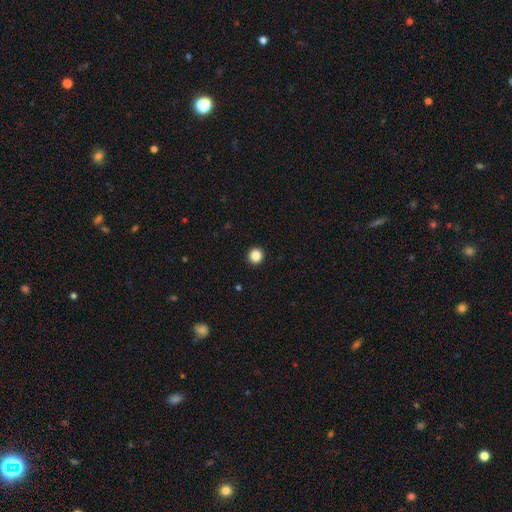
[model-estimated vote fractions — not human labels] smooth-or-featured: smooth: 86% | star or artifact: 11% | featured or disk: 3%
  how-rounded: round: 95% | in between: 4% | cigar-shaped: 1%
  merging: none: 94% | minor disturbance: 4% | major disturbance: 1% | merger: 1%